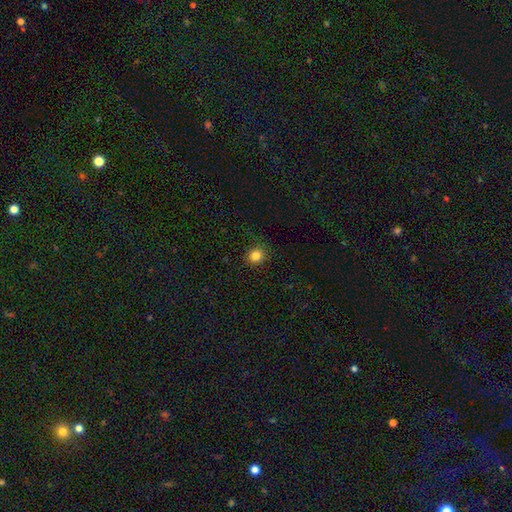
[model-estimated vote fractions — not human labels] Overall: smooth (83%). How rounded: round (88%). Merging: none (89%).